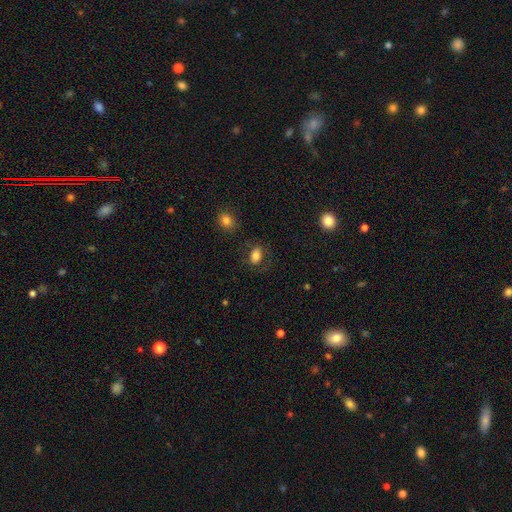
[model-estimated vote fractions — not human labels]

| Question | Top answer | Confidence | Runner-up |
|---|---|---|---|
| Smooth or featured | smooth | 77% | featured or disk (14%) |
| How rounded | in between | 76% | round (23%) |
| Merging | none | 73% | minor disturbance (15%) |